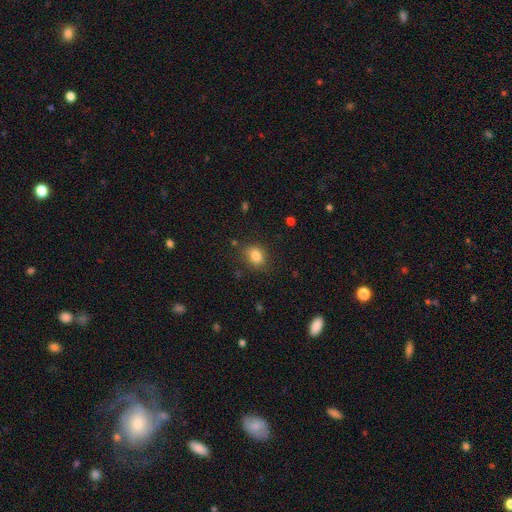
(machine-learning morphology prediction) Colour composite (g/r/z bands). It shows a smooth galaxy with no disk features (84%) that is in between round and cigar-shaped (58%). Merging: none (79%).